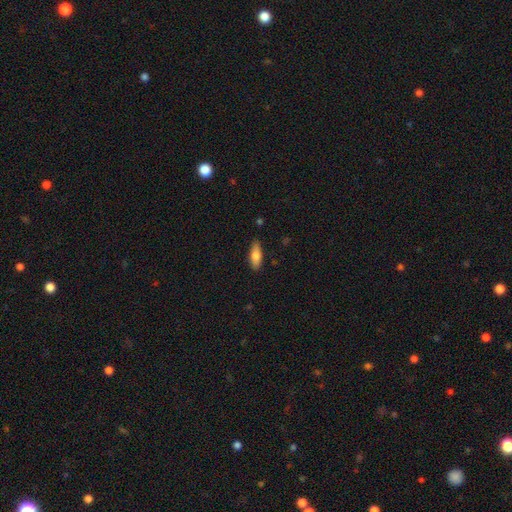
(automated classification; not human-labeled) Overall: smooth (77%). How rounded: in between (67%; cigar-shaped 31%). Merging: none (82%).